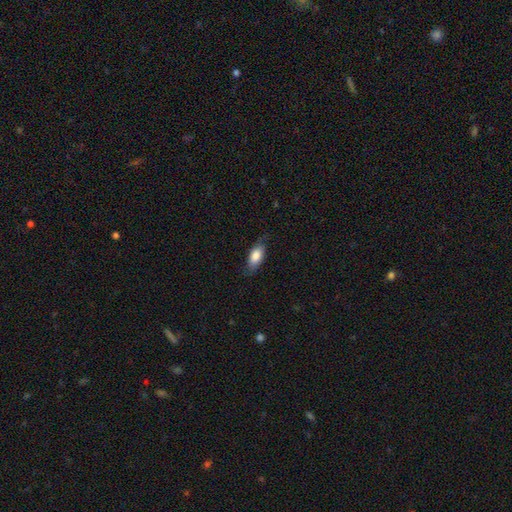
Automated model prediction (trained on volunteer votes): Smooth or featured? Predicted: smooth (p=0.76). How rounded? Predicted: in between (p=0.84). Merging? Predicted: none (p=0.72).